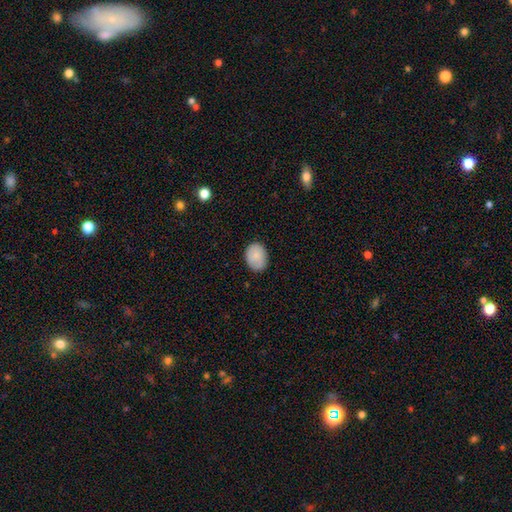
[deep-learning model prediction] smooth-or-featured: smooth: 86% | featured or disk: 7% | star or artifact: 7%
  how-rounded: in between: 70% | round: 30% | cigar-shaped: 1%
  merging: none: 84% | minor disturbance: 13% | major disturbance: 2% | merger: 1%